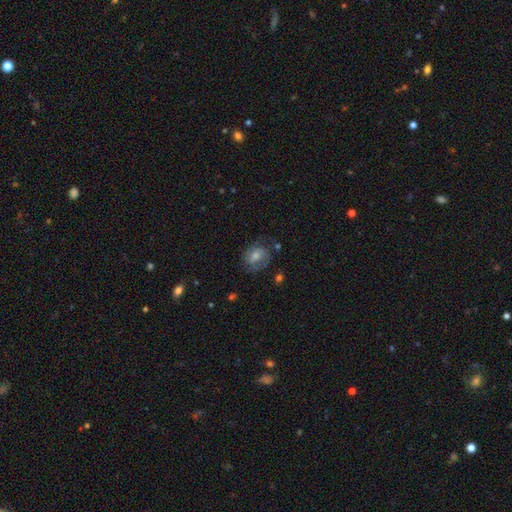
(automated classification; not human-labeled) Morphology: type=smooth (48%); merging=none (61%).